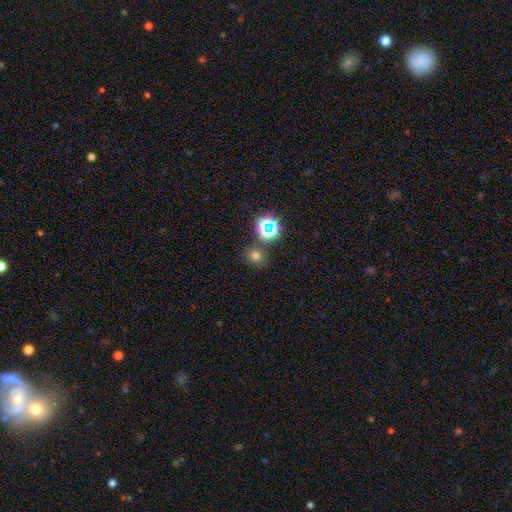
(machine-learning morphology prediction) This is likely a smooth galaxy (66%). How rounded: clearly round (86%). Merging: likely none (79%).